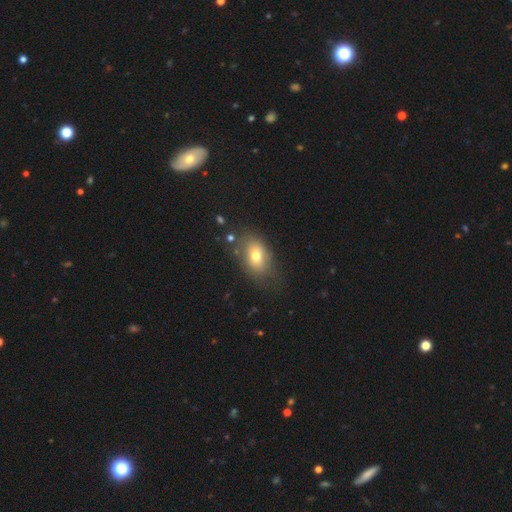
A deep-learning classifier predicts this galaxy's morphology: smooth-or-featured: smooth: 71% | featured or disk: 18% | star or artifact: 10%
  how-rounded: in between: 79% | round: 19% | cigar-shaped: 1%
  merging: none: 66% | minor disturbance: 21% | major disturbance: 9% | merger: 4%